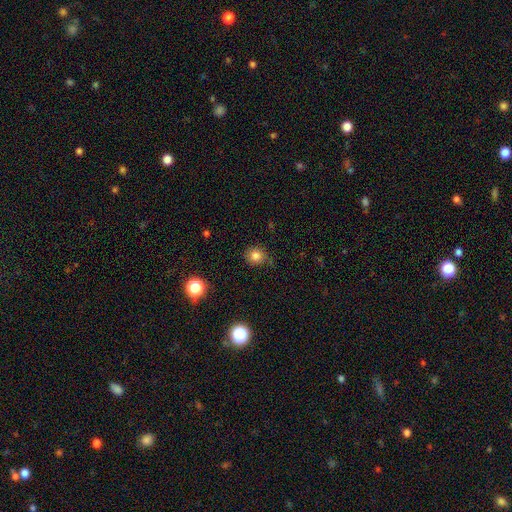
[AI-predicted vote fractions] A smooth galaxy with no disk features (81%) that is round (84%). Merging: none (77%).